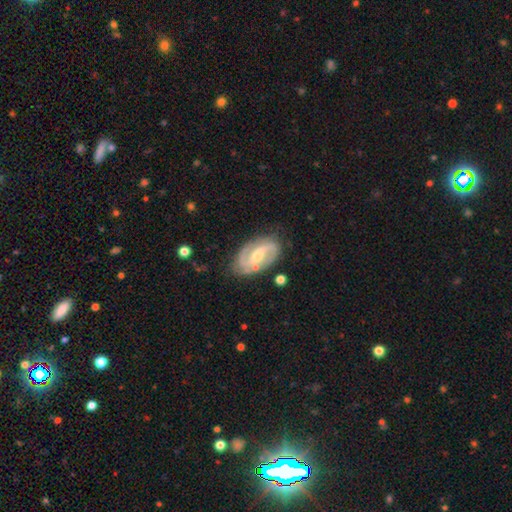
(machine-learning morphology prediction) Smooth or featured?
  - featured or disk: 61% *
  - smooth: 23%
  - star or artifact: 17%
Edge-on disk?
  - no: 92% *
  - yes: 8%
Bar?
  - weak: 43% *
  - no: 39%
  - strong: 18%
Spiral arms?
  - yes: 72% *
  - no: 28%
Bulge size?
  - moderate: 56% *
  - small: 39%
  - large: 3%
  - none: 2%
  - dominant: 1%
Merging?
  - none: 81% *
  - minor disturbance: 13%
  - major disturbance: 4%
  - merger: 2%